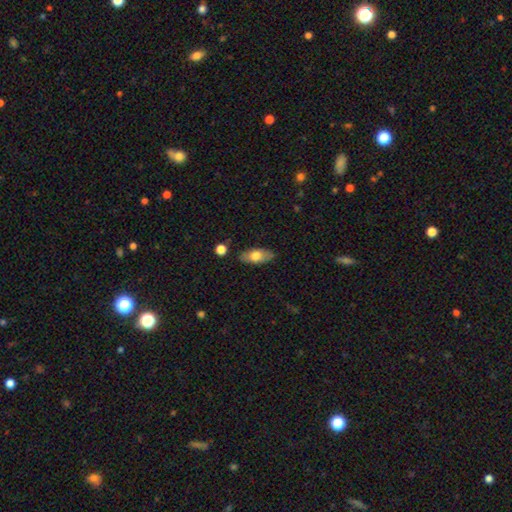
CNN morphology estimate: smooth 69%, featured or disk 25%, star or artifact 6%. Down the decision tree: how rounded — in between (86%); merging — none (83%).